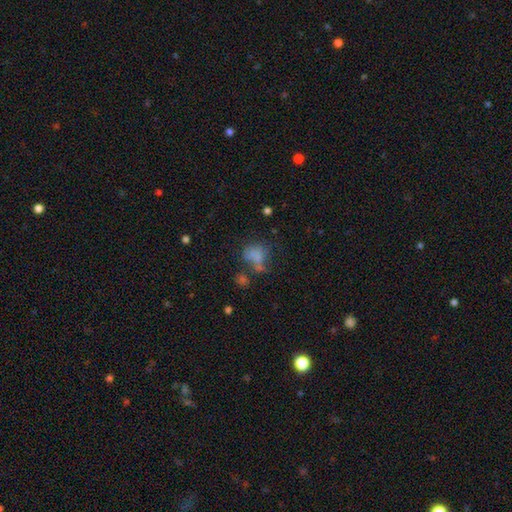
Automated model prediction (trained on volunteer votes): smooth_or_featured: smooth (p=0.65) [alt: featured or disk p=0.19]
how_rounded: in between (p=0.64) [alt: round p=0.34]
merging: none (p=0.29) [alt: major disturbance p=0.27]